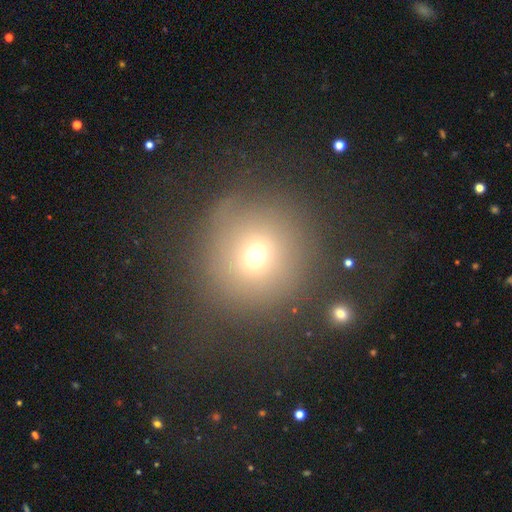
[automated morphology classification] Smooth or featured: smooth — 67% (star or artifact — 21%)
How rounded: round — 93% (in between — 6%)
Merging: none — 76% (minor disturbance — 12%)